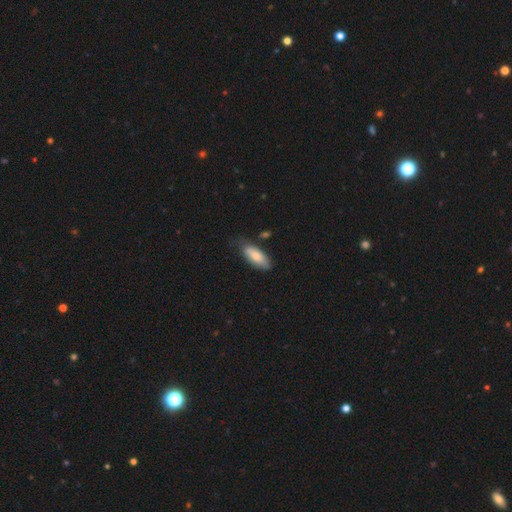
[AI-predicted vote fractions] The model was most divided on "merging": none: 67%, minor disturbance: 25%, major disturbance: 5%, merger: 3%. More confident: smooth or featured — smooth (78%); how rounded — in between (77%).